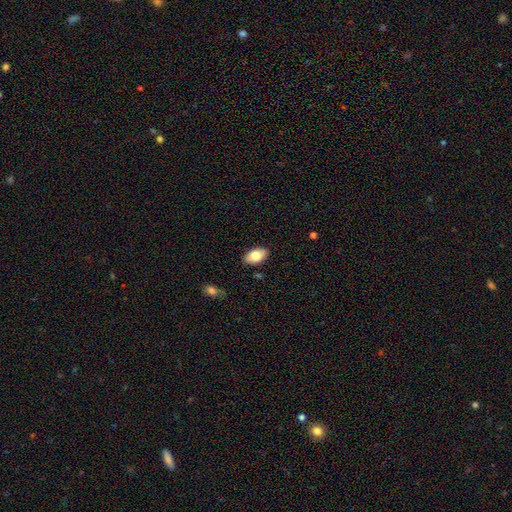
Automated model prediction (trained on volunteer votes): Smooth or featured?
  - smooth: 80% *
  - featured or disk: 13%
  - star or artifact: 7%
How rounded?
  - in between: 93% *
  - round: 5%
  - cigar-shaped: 2%
Merging?
  - none: 87% *
  - minor disturbance: 10%
  - major disturbance: 2%
  - merger: 1%